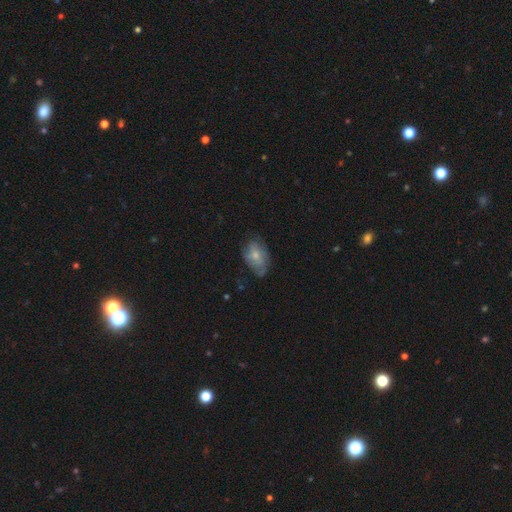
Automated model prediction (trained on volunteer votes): Smooth or featured: smooth — 60% (featured or disk — 33%)
How rounded: in between — 90% (round — 9%)
Merging: none — 53% (minor disturbance — 33%)